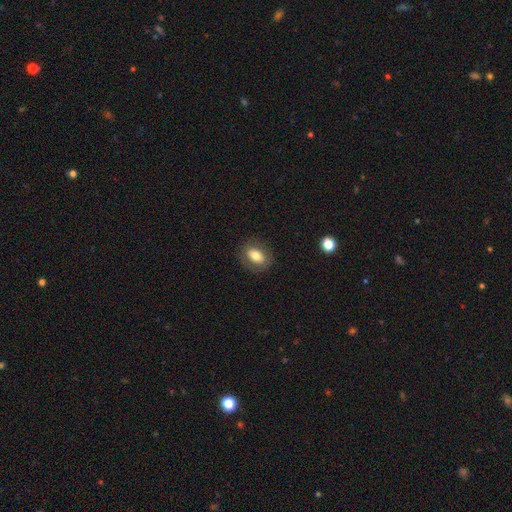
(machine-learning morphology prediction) type=smooth (73%); roundness=in between (74%); merging=none (83%).